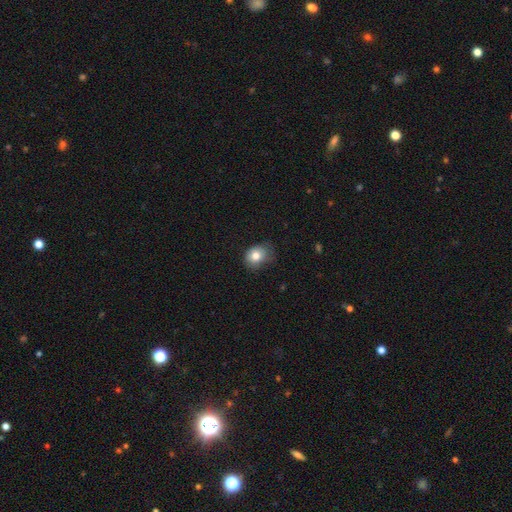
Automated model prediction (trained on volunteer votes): Smooth or featured: smooth — 78% (featured or disk — 12%)
How rounded: round — 52% (in between — 47%)
Merging: none — 55% (minor disturbance — 33%)